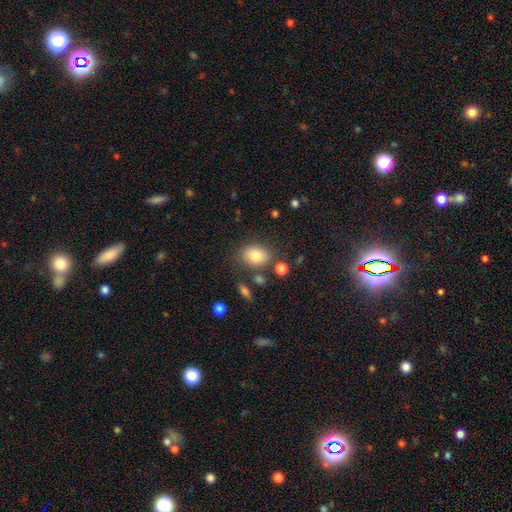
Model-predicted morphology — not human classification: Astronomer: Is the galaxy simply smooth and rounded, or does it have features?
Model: smooth — 81%.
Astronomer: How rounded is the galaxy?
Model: in between — 71%.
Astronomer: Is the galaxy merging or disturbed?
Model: none — 75%.